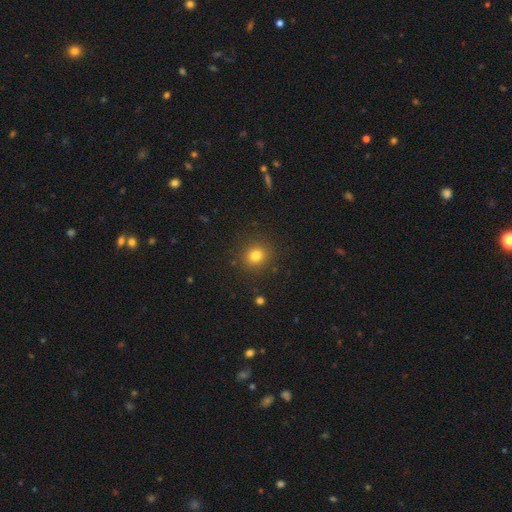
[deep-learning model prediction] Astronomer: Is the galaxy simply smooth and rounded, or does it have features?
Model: smooth — 79%.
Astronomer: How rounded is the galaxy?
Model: round — 84%.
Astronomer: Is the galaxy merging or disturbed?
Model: none — 89%.